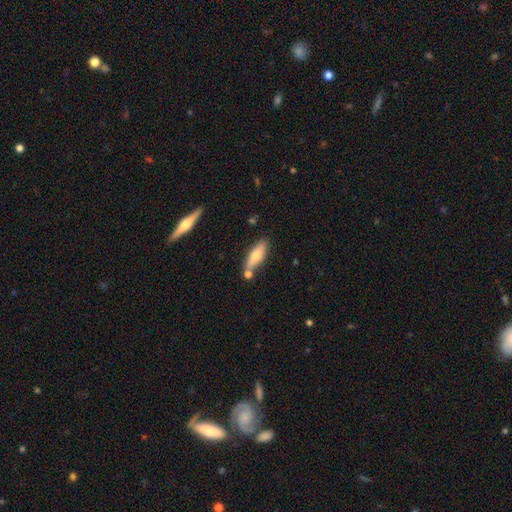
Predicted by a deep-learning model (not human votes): Morphology: type=smooth (67%); roundness=cigar-shaped (52%); merging=none (63%).